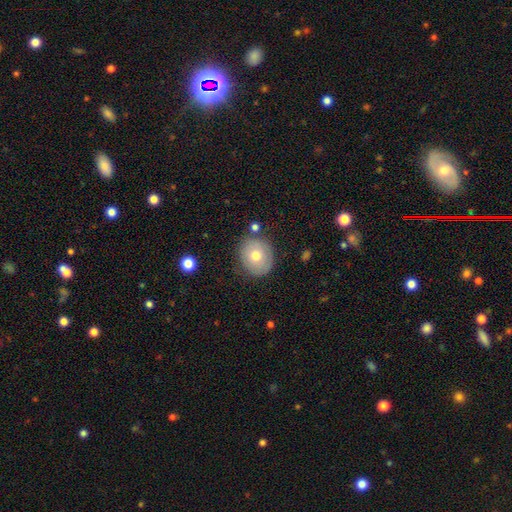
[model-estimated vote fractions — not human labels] Smooth or featured? Predicted: smooth (p=0.68). How rounded? Predicted: round (p=0.74). Merging? Predicted: none (p=0.79).